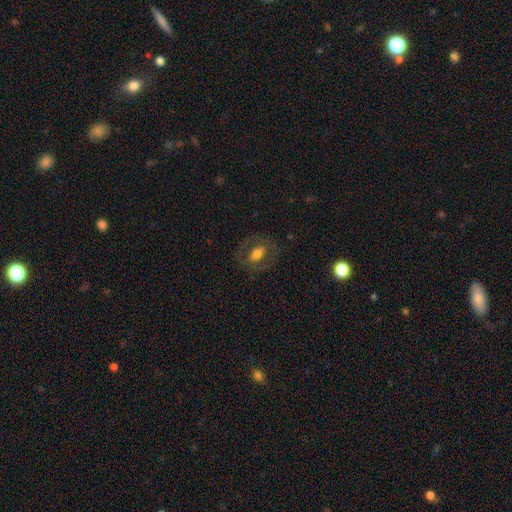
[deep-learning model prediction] A smooth galaxy with no disk features (49%). Merging: none (78%).